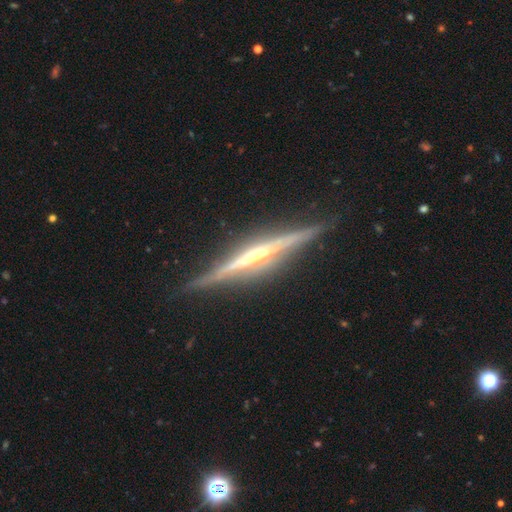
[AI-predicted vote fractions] Overall: featured or disk (88%). Edge-on disk: yes (98%). Edge-on bulge: rounded (68%). Merging: none (89%).